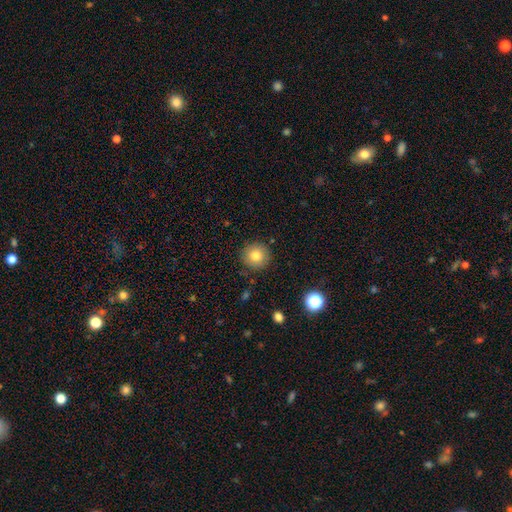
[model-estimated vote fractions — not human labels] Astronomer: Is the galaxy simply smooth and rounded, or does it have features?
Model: smooth — 81%.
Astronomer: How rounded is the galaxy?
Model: round — 94%.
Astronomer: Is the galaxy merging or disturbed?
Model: none — 89%.